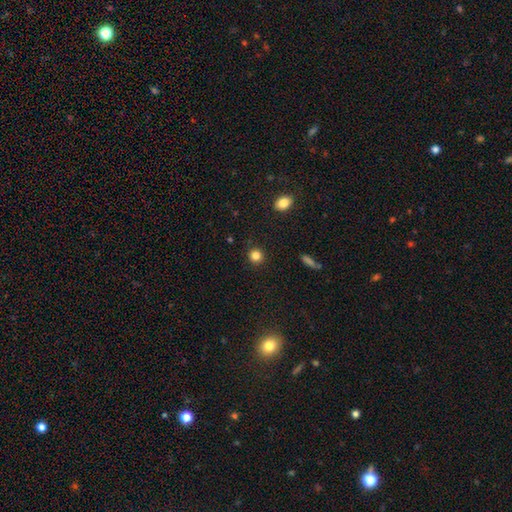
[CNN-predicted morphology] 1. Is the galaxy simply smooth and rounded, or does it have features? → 84% smooth, 12% star or artifact, 4% featured or disk.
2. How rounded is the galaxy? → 91% round, 8% in between, 1% cigar-shaped.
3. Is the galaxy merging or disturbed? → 91% none, 6% minor disturbance, 2% major disturbance, 1% merger.